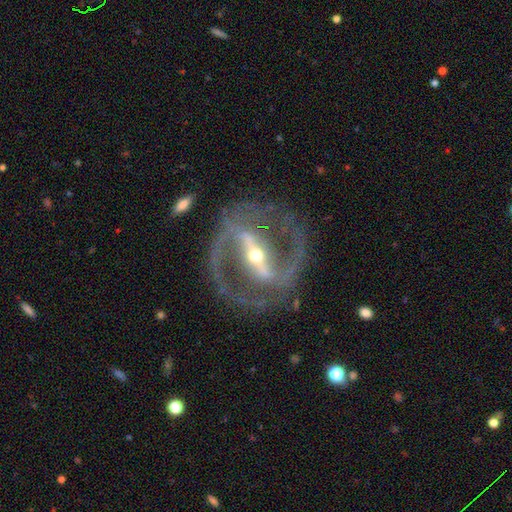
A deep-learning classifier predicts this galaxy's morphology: Smooth or featured?
  - featured or disk: 92% *
  - star or artifact: 5%
  - smooth: 3%
Edge-on disk?
  - no: 94% *
  - yes: 6%
Bar?
  - strong: 80% *
  - weak: 15%
  - no: 5%
Spiral arms?
  - yes: 96% *
  - no: 4%
Spiral winding?
  - medium: 59% *
  - tight: 26%
  - loose: 15%
Spiral arm count?
  - 2: 92% *
  - can't tell: 2%
  - 3: 2%
  - 1: 1%
  - 4: 1%
  - more than 4: 1%
Bulge size?
  - moderate: 49% *
  - small: 46%
  - large: 3%
  - dominant: 1%
  - none: 1%
Merging?
  - none: 79% *
  - minor disturbance: 12%
  - major disturbance: 7%
  - merger: 2%